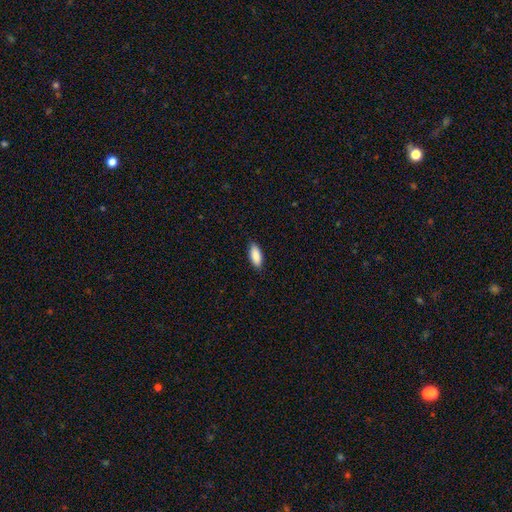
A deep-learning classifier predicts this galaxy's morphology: Overall: smooth (89%). How rounded: in between (80%). Merging: none (88%).